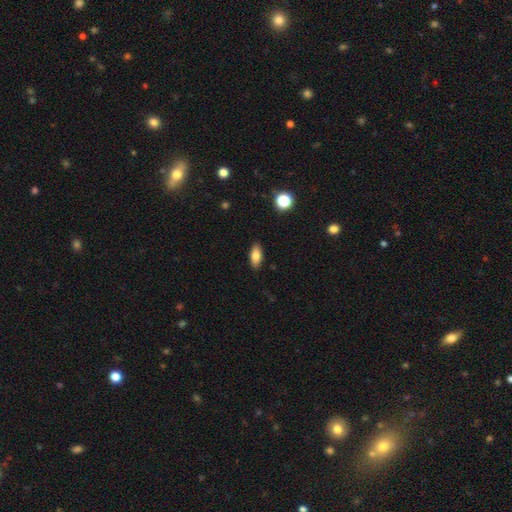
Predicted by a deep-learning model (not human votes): This appears to be a smooth galaxy with no disk features (80%) that is in between round and cigar-shaped (82%). Merging: none (89%).